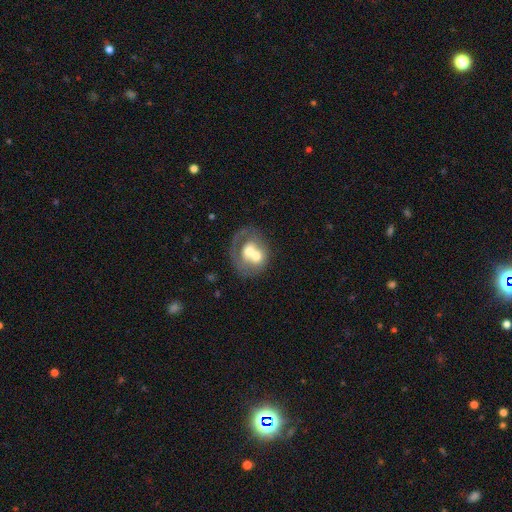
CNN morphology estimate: smooth_or_featured: featured or disk (p=0.54) [alt: smooth p=0.39]
disk_edge_on: no (p=0.97) [alt: yes p=0.03]
bar: no (p=0.86) [alt: weak p=0.11]
has_spiral_arms: no (p=0.78) [alt: yes p=0.22]
bulge_size: moderate (p=0.60) [alt: large p=0.18]
merging: merger (p=0.58) [alt: none p=0.24]